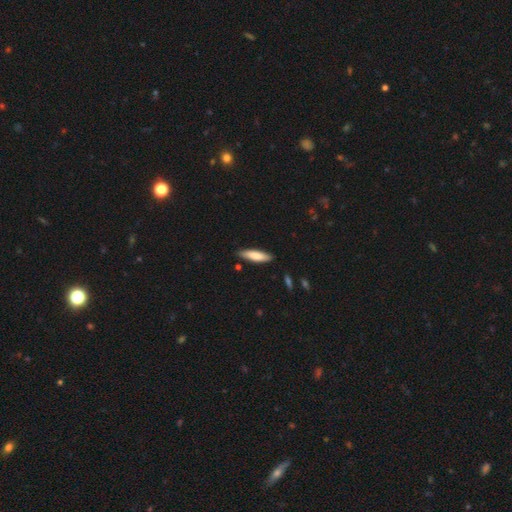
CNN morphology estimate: Smooth or featured: smooth — 80% (featured or disk — 15%)
How rounded: cigar-shaped — 66% (in between — 32%)
Merging: none — 85% (minor disturbance — 11%)